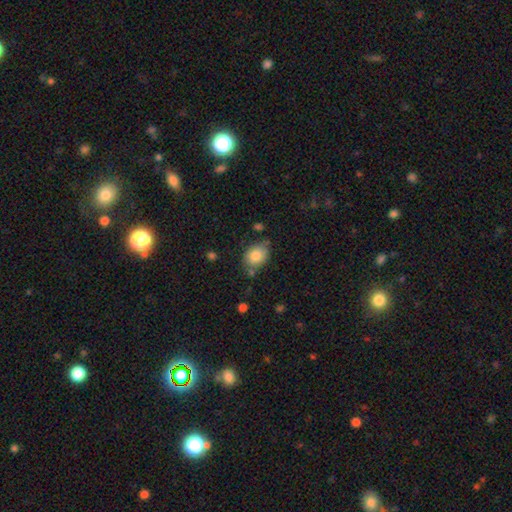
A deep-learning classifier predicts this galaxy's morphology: Overall: smooth (83%). How rounded: in between (63%; round 36%). Merging: none (71%).